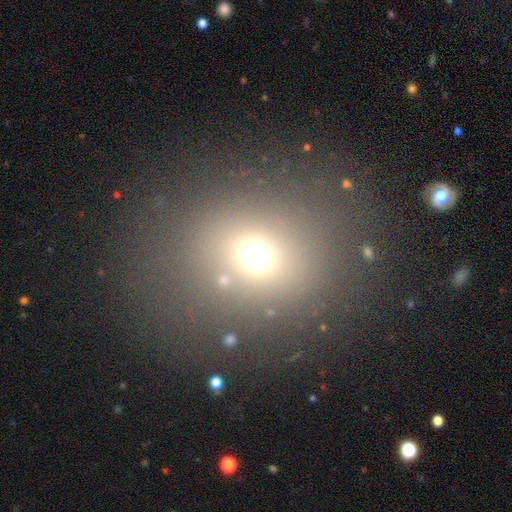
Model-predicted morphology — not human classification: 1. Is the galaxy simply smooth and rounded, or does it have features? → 64% smooth, 26% star or artifact, 10% featured or disk.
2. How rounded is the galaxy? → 72% round, 27% in between, 1% cigar-shaped.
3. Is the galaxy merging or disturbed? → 79% none, 9% minor disturbance, 7% major disturbance, 4% merger.